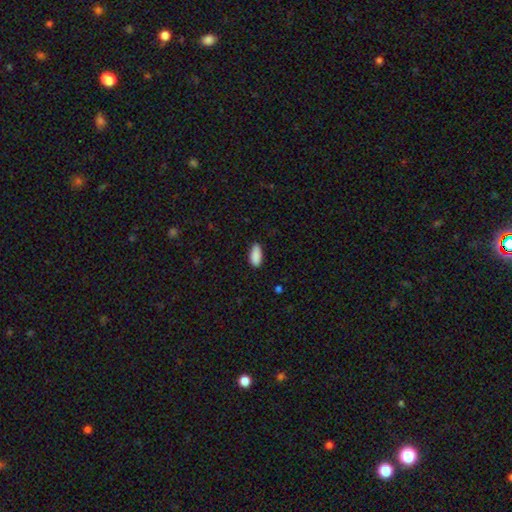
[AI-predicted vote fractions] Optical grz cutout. It shows a smooth galaxy with no disk features (90%) that is in between round and cigar-shaped (89%). Merging: none (81%).